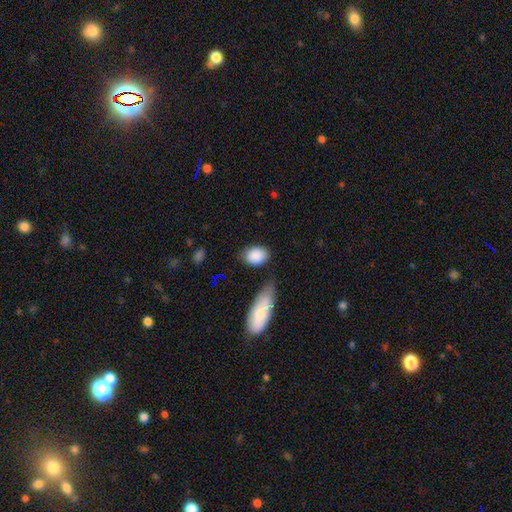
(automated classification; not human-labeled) smooth_or_featured: smooth (p=0.88) [alt: star or artifact p=0.07]
how_rounded: in between (p=0.74) [alt: round p=0.24]
merging: none (p=0.72) [alt: minor disturbance p=0.17]